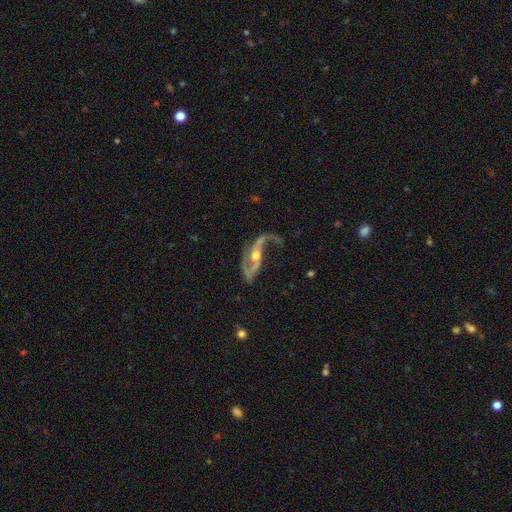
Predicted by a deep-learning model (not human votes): This appears to be a featured or disk galaxy (90%) with no bar (44%), 2 (90%) loose (70%) spiral arms (96%) and a moderate central bulge (63%). Merging: none (57%).